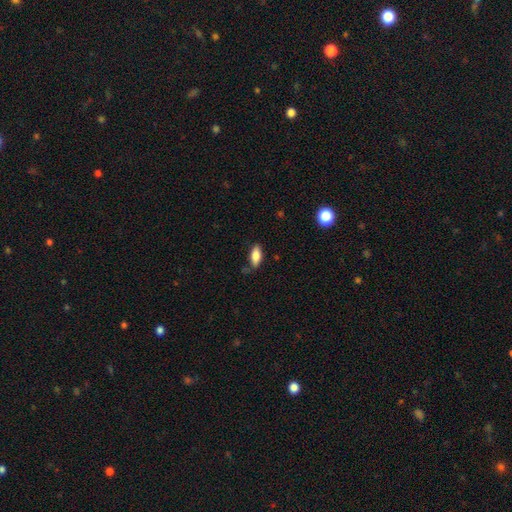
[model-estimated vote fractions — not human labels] Morphology: type=smooth (81%); roundness=in between (81%); merging=none (70%).